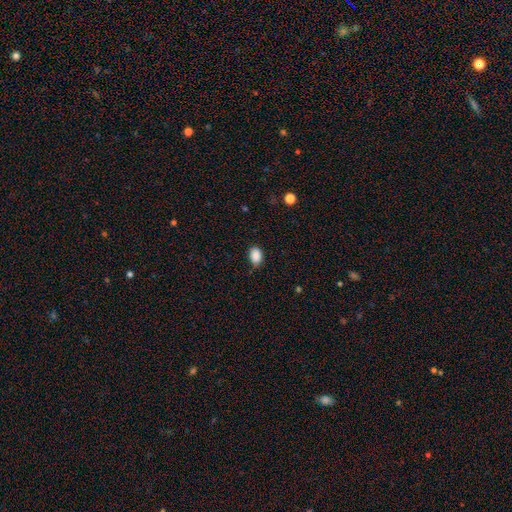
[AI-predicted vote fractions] smooth 88%, star or artifact 9%, featured or disk 3%. Down the decision tree: how rounded — in between (81%); merging — none (75%).